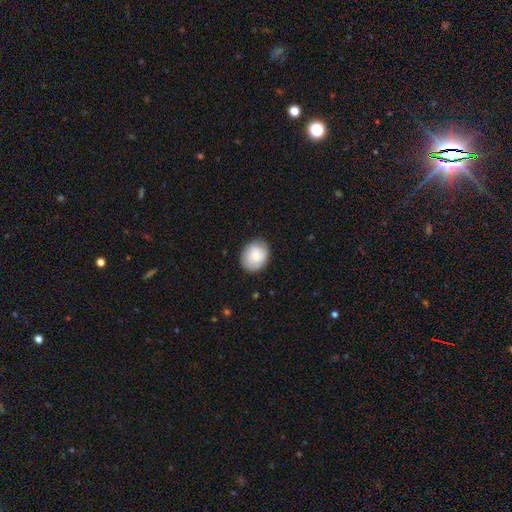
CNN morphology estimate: This appears to be a smooth galaxy with no disk features (80%) that is in between round and cigar-shaped (51%). Merging: none (83%).